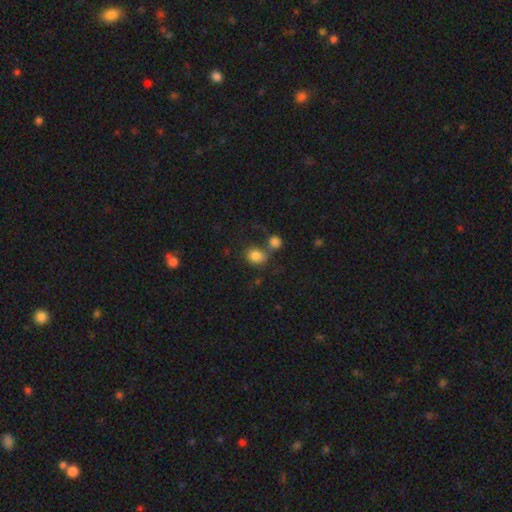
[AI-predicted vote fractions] Smooth or featured: smooth — 82% (star or artifact — 11%)
How rounded: round — 52% (in between — 47%)
Merging: none — 53% (merger — 29%)